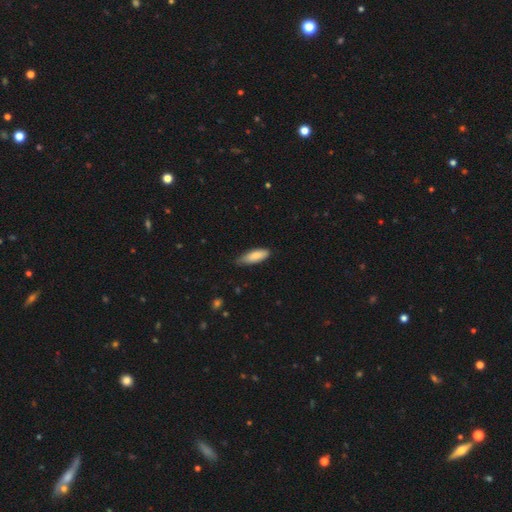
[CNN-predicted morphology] smooth 84%, featured or disk 11%, star or artifact 6%. Down the decision tree: how rounded — in between (61%); merging — none (68%).